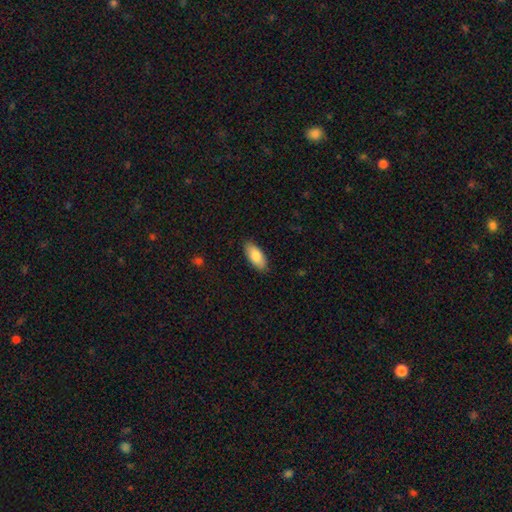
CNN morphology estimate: smooth-or-featured: smooth: 85% | featured or disk: 9% | star or artifact: 6%
  how-rounded: in between: 87% | cigar-shaped: 11% | round: 2%
  merging: none: 88% | minor disturbance: 9% | major disturbance: 2% | merger: 1%